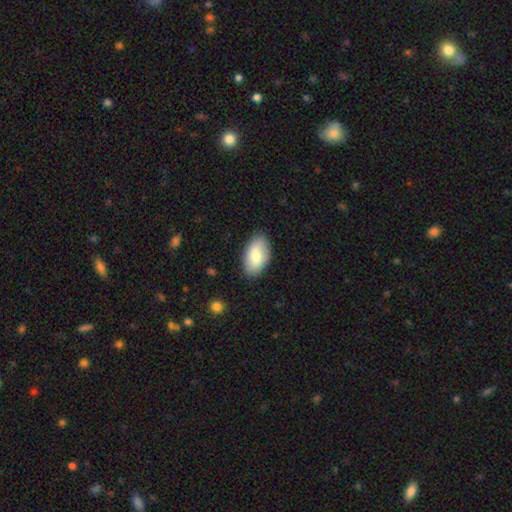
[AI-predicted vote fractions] This is likely a smooth galaxy (77%). How rounded: clearly in between (95%). Merging: clearly none (86%).